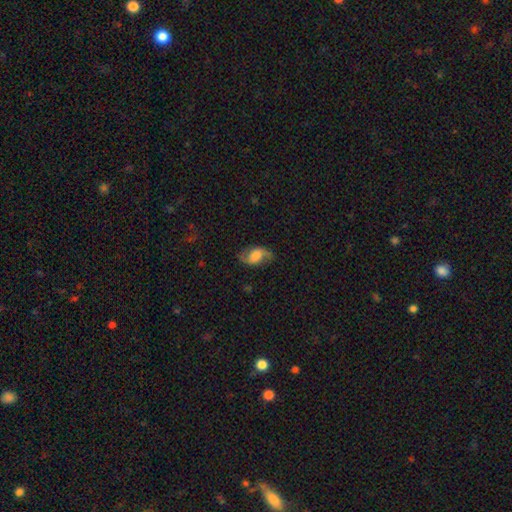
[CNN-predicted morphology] This appears to be a featured or disk galaxy (55%) with no bar (46%), spiral arms (87%) and a large central bulge (37%). Merging: none (69%).